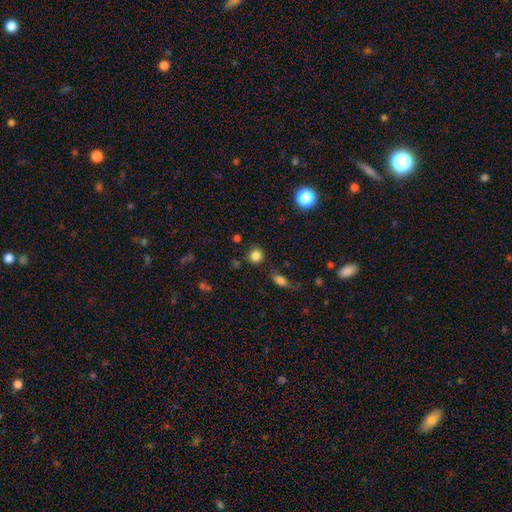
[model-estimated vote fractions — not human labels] smooth_or_featured: smooth (p=0.83) [alt: star or artifact p=0.12]
how_rounded: round (p=0.88) [alt: in between p=0.11]
merging: none (p=0.83) [alt: minor disturbance p=0.10]